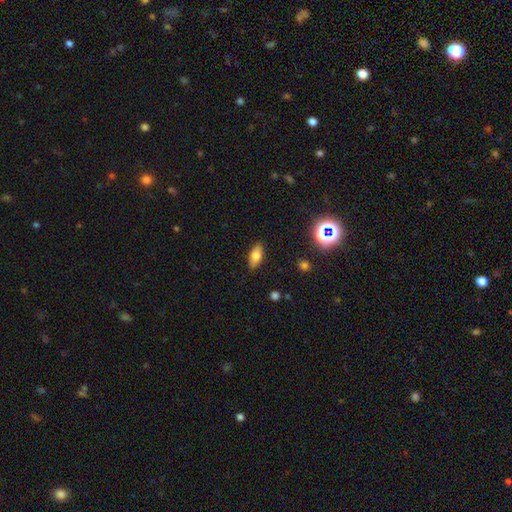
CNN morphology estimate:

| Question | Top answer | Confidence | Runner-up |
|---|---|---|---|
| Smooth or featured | smooth | 76% | featured or disk (13%) |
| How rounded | in between | 85% | cigar-shaped (11%) |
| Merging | none | 87% | minor disturbance (10%) |